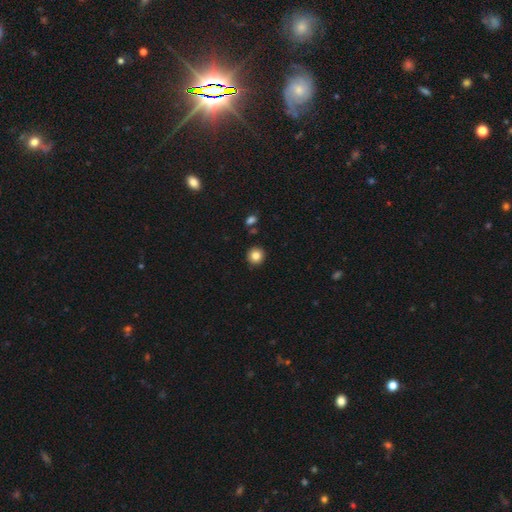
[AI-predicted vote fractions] Smooth or featured?
  - smooth: 83% *
  - star or artifact: 10%
  - featured or disk: 7%
How rounded?
  - round: 92% *
  - in between: 7%
  - cigar-shaped: 1%
Merging?
  - none: 91% *
  - minor disturbance: 6%
  - merger: 2%
  - major disturbance: 2%